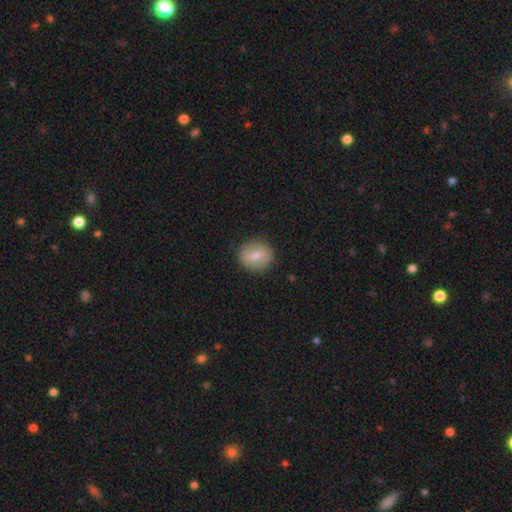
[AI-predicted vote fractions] smooth_or_featured: smooth (p=0.70) [alt: featured or disk p=0.22]
how_rounded: round (p=0.89) [alt: in between p=0.10]
merging: none (p=0.88) [alt: minor disturbance p=0.08]